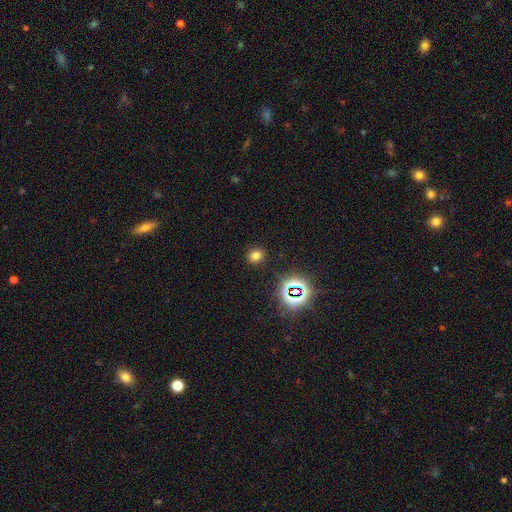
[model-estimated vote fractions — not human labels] Q: Smooth or featured?
A: smooth (72%); runner-up: star or artifact (22%)
Q: How rounded?
A: round (76%); runner-up: in between (23%)
Q: Merging?
A: none (89%); runner-up: minor disturbance (7%)